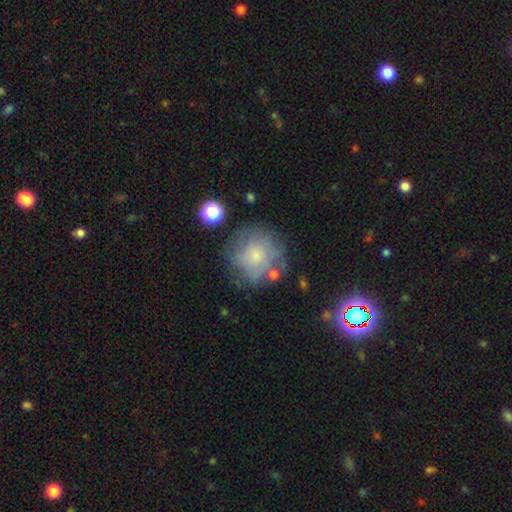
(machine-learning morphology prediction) smooth-or-featured: smooth: 54% | featured or disk: 35% | star or artifact: 11%
  how-rounded: round: 90% | in between: 9% | cigar-shaped: 1%
  merging: none: 62% | minor disturbance: 20% | major disturbance: 12% | merger: 6%